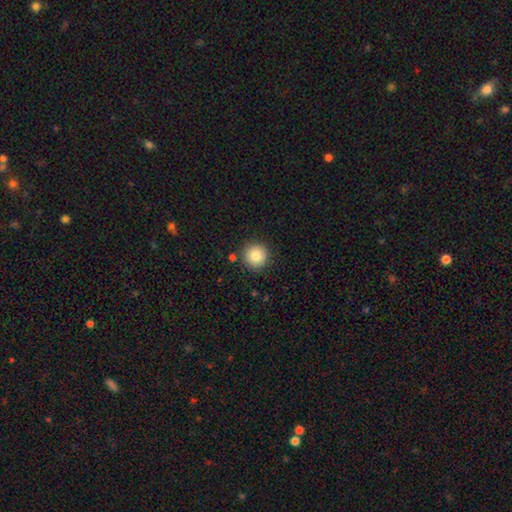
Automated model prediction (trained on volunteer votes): Smooth or featured?
  - smooth: 82% *
  - star or artifact: 10%
  - featured or disk: 8%
How rounded?
  - round: 95% *
  - in between: 4%
  - cigar-shaped: 1%
Merging?
  - none: 88% *
  - minor disturbance: 7%
  - merger: 3%
  - major disturbance: 2%